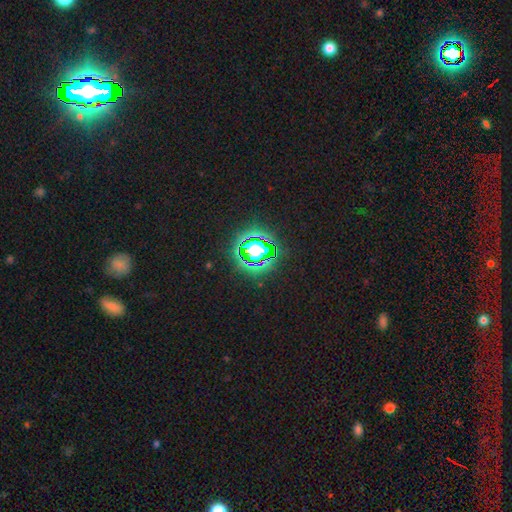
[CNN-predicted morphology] This appears to be a star or artifact, not a galaxy (80%).